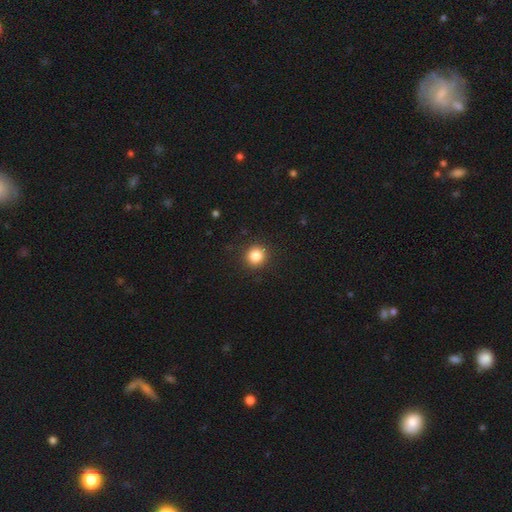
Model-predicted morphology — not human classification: This is clearly a smooth galaxy (85%). How rounded: clearly round (90%). Merging: clearly none (91%).